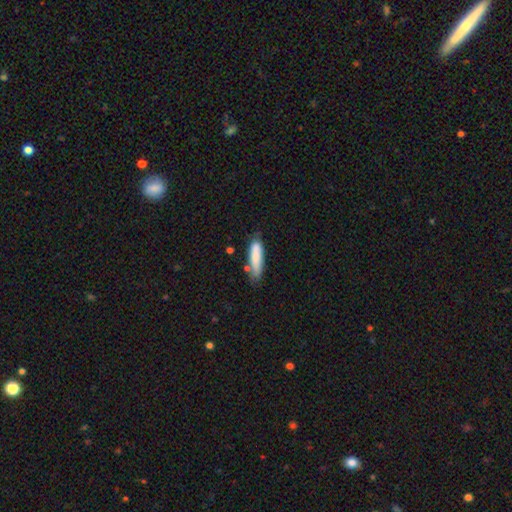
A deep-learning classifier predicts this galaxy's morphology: This is clearly a smooth galaxy (81%). How rounded: likely cigar-shaped (66%). Merging: possibly none (60%).